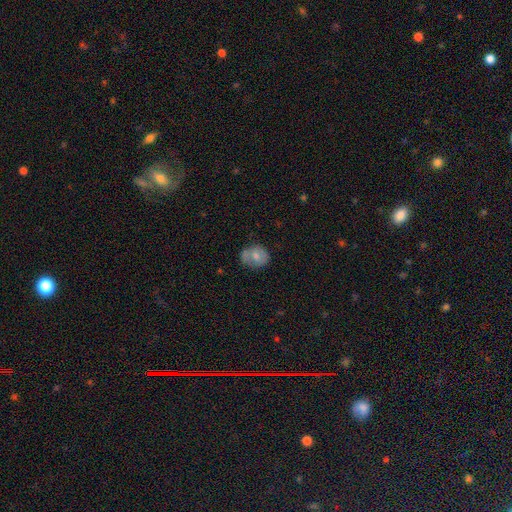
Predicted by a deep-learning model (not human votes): Overall: smooth (64%; featured or disk 28%). How rounded: round (59%; in between 40%). Merging: none (53%; minor disturbance 27%).